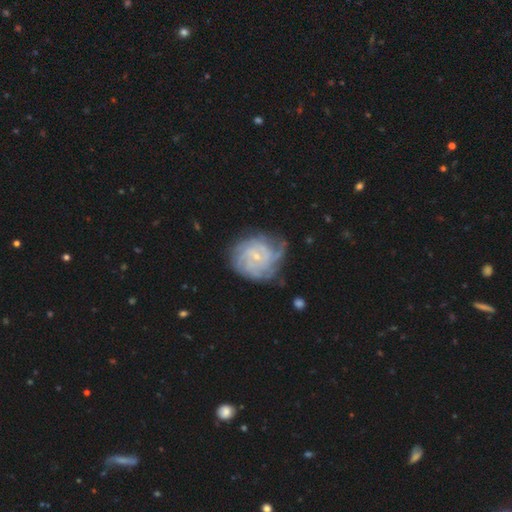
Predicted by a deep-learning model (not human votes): Morphology: type=featured or disk (81%); edge-on=no (98%); bar=no (65%); spiral arms=yes (95%); winding=tight (69%); arm count=can't tell (37%); bulge=small (80%); merging=none (63%).